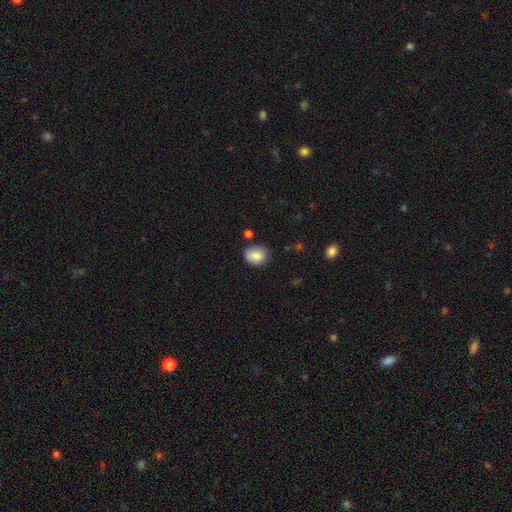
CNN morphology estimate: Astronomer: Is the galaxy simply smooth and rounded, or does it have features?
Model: smooth — 83%.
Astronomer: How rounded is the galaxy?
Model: round — 61% (runner-up: in between, 38%).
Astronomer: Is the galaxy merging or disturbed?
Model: none — 76%.